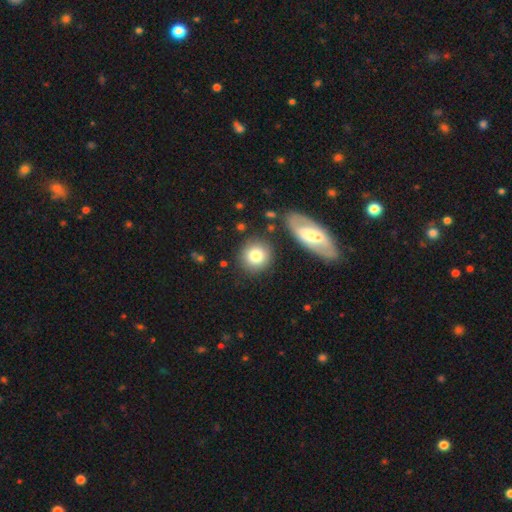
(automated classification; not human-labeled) smooth_or_featured: smooth (p=0.80) [alt: featured or disk p=0.12]
how_rounded: round (p=0.87) [alt: in between p=0.11]
merging: none (p=0.80) [alt: minor disturbance p=0.09]